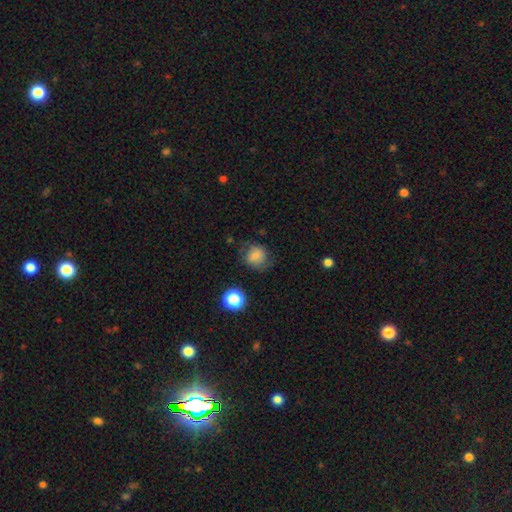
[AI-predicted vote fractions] smooth 76%, featured or disk 14%, star or artifact 11%. Down the decision tree: how rounded — round (76%); merging — none (67%).